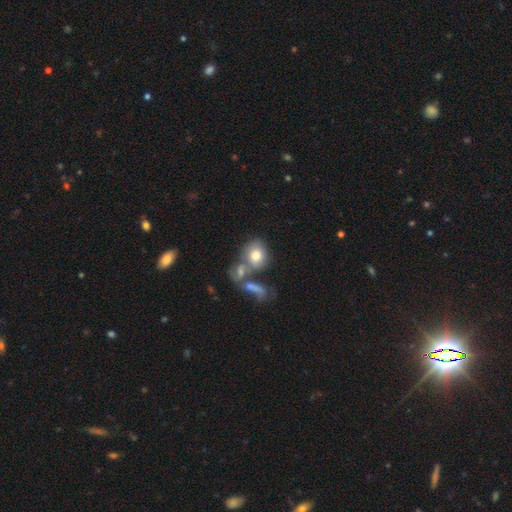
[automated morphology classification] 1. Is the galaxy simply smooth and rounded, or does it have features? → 71% smooth, 20% featured or disk, 9% star or artifact.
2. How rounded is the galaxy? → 50% in between, 48% round, 2% cigar-shaped.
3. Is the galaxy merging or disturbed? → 49% merger, 29% none, 12% minor disturbance, 10% major disturbance.